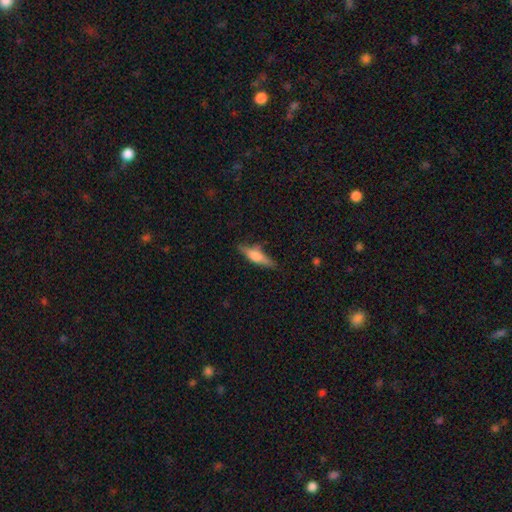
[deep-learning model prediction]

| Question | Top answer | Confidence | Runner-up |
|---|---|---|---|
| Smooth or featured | smooth | 59% | featured or disk (34%) |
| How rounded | cigar-shaped | 66% | in between (32%) |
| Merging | none | 75% | minor disturbance (18%) |